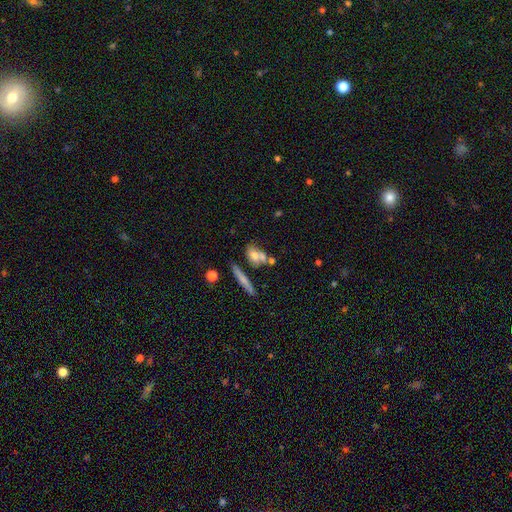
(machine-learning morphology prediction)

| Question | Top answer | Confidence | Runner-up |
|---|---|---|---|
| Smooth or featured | smooth | 64% | featured or disk (26%) |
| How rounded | in between | 56% | round (23%) |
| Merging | none | 47% | merger (31%) |